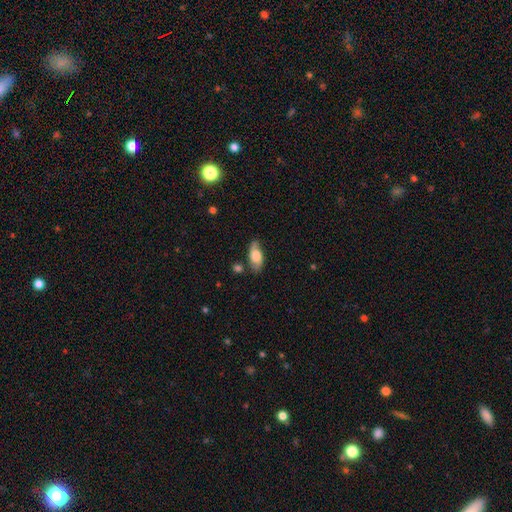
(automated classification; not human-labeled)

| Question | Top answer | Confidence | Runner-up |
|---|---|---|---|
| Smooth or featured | smooth | 53% | featured or disk (40%) |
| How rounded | in between | 85% | cigar-shaped (10%) |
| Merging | none | 72% | minor disturbance (19%) |